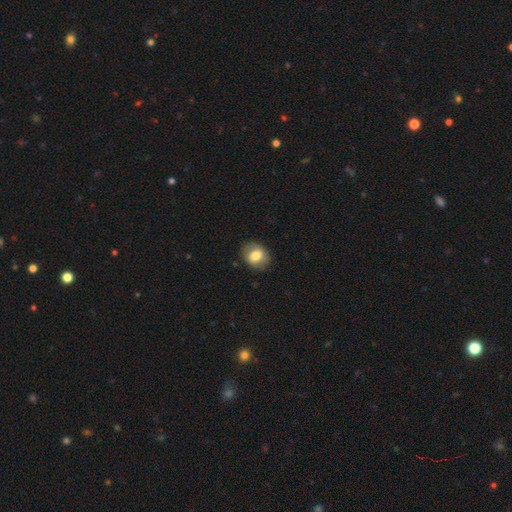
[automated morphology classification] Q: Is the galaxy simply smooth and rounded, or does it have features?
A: smooth — 73%.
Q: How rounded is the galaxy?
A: in between — 51%.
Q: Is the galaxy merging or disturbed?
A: none — 81%.